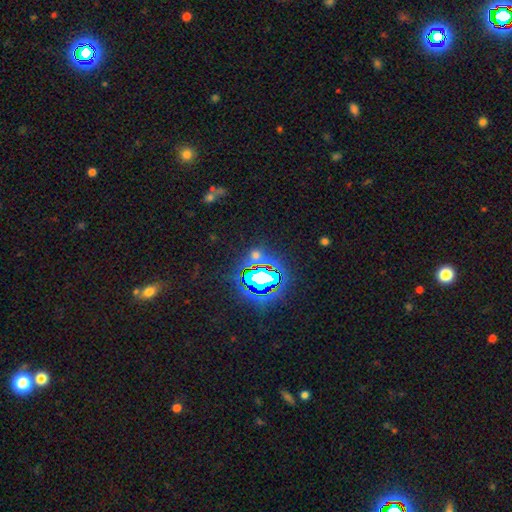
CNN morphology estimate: Smooth or featured?
  - star or artifact: 66% *
  - smooth: 23%
  - featured or disk: 11%